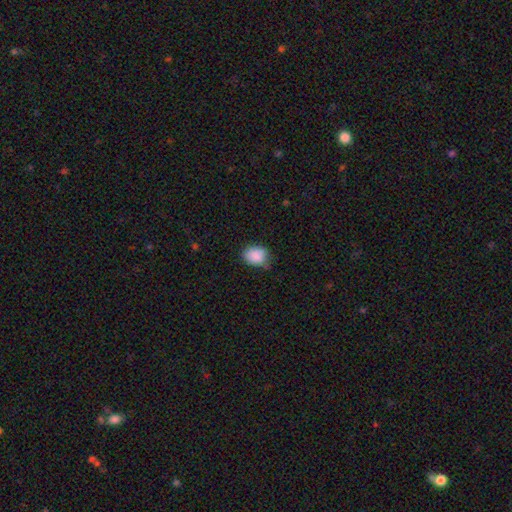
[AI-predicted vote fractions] A smooth galaxy with no disk features (88%) that is in between round and cigar-shaped (61%).

Vote fractions:
- Smooth or featured? smooth: 88% / star or artifact: 8% / featured or disk: 4%
- How rounded? in between: 61% / round: 38% / cigar-shaped: 1%
- Merging? none: 65% / minor disturbance: 28% / major disturbance: 5% / merger: 2%